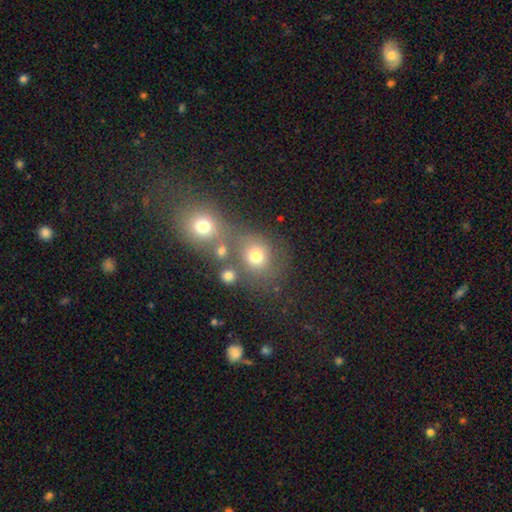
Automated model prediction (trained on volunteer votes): A smooth galaxy with no disk features (72%) that is round (76%). Merging: none (48%).